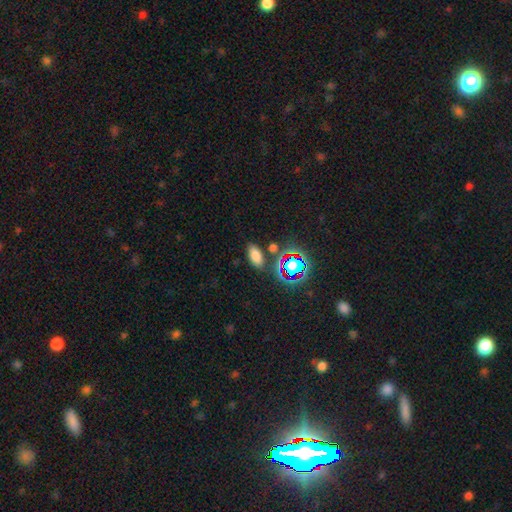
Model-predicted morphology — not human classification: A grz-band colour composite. It shows a smooth galaxy with no disk features (73%) that is in between round and cigar-shaped (89%). Merging: none (78%).